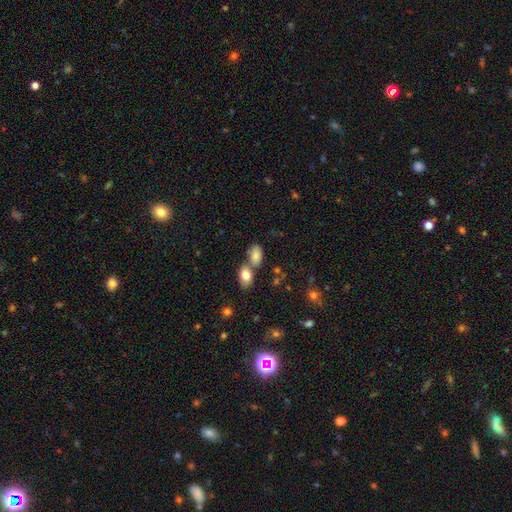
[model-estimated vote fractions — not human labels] Smooth or featured?
  - smooth: 82% *
  - star or artifact: 9%
  - featured or disk: 8%
How rounded?
  - in between: 90% *
  - round: 7%
  - cigar-shaped: 2%
Merging?
  - merger: 43% *
  - none: 41%
  - minor disturbance: 11%
  - major disturbance: 4%